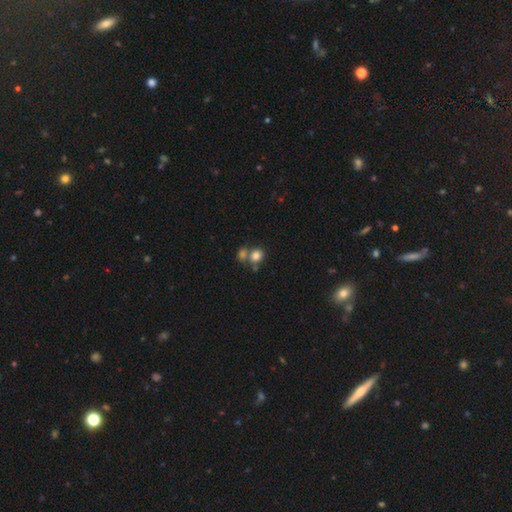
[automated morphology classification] smooth-or-featured: smooth: 80% | star or artifact: 12% | featured or disk: 8%
  how-rounded: round: 73% | in between: 26% | cigar-shaped: 1%
  merging: none: 47% | merger: 40% | minor disturbance: 9% | major disturbance: 4%